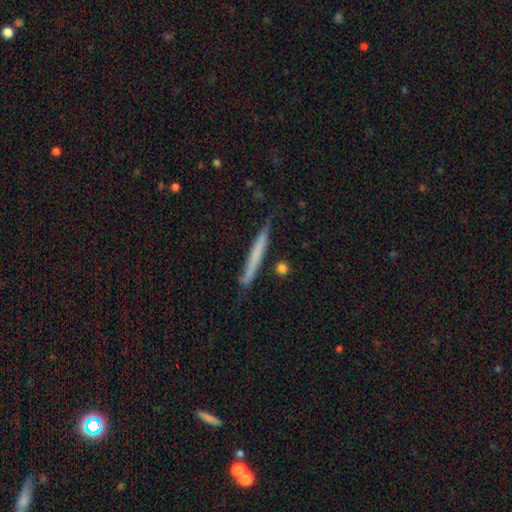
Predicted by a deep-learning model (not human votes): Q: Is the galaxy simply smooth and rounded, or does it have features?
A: smooth — 57%.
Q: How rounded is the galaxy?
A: cigar-shaped — 96%.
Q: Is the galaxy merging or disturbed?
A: none — 80%.